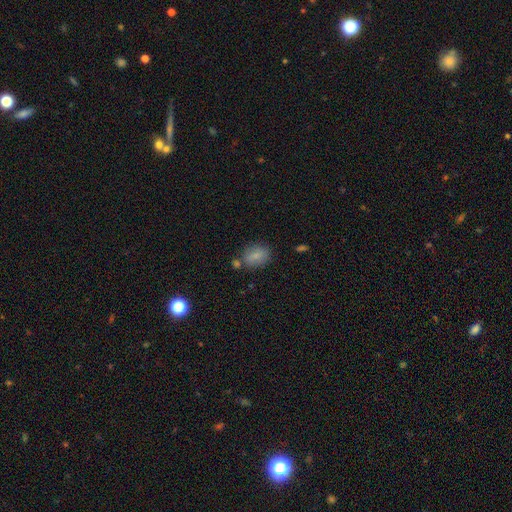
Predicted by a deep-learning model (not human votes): Smooth or featured: smooth — 83% (star or artifact — 9%)
How rounded: in between — 70% (round — 28%)
Merging: none — 69% (minor disturbance — 15%)